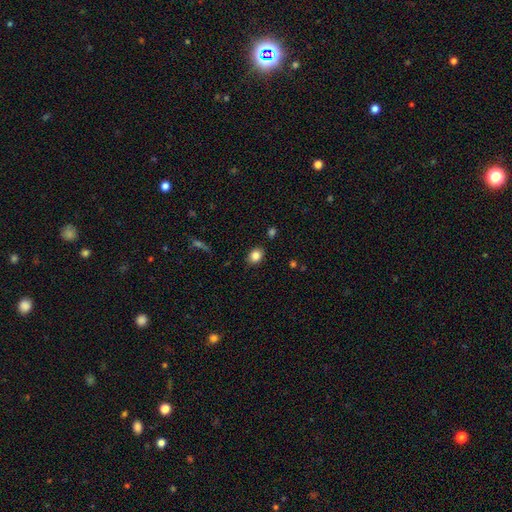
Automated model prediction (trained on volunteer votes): smooth-or-featured: smooth: 84% | star or artifact: 9% | featured or disk: 7%
  how-rounded: in between: 61% | round: 37% | cigar-shaped: 1%
  merging: none: 85% | minor disturbance: 11% | major disturbance: 2% | merger: 2%